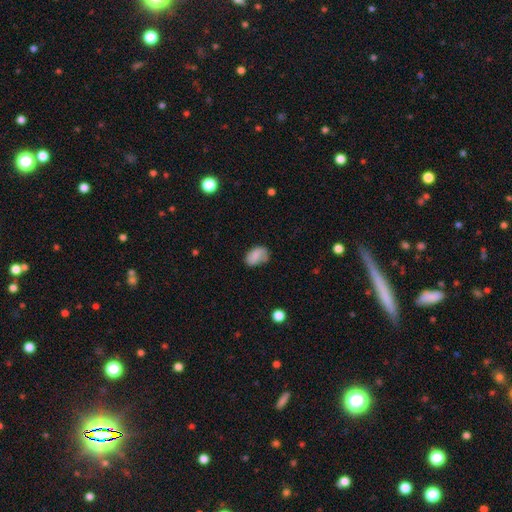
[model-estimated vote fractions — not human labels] Smooth or featured: smooth — 63% (featured or disk — 29%)
How rounded: in between — 84% (round — 14%)
Merging: none — 59% (minor disturbance — 29%)